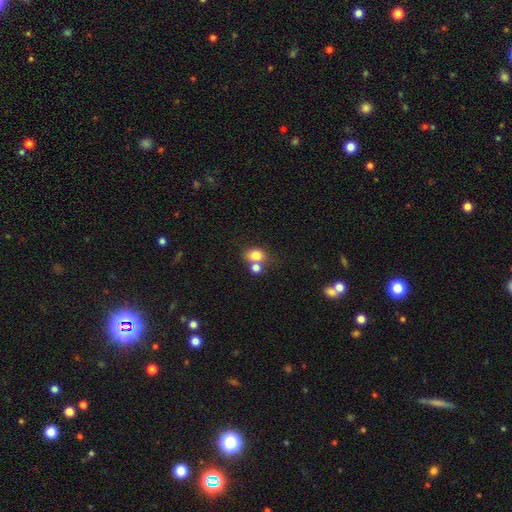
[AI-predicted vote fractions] Smooth or featured? smooth (79%)
How rounded? in between (57%)
Merging? none (45%)